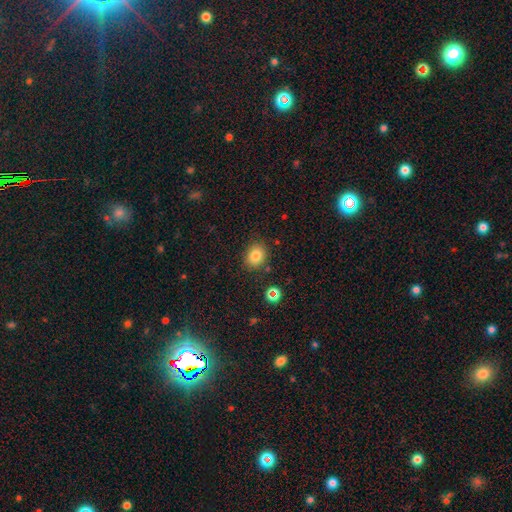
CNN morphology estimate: smooth-or-featured: smooth: 82% | star or artifact: 12% | featured or disk: 7%
  how-rounded: round: 58% | in between: 41% | cigar-shaped: 1%
  merging: none: 83% | minor disturbance: 10% | merger: 3% | major disturbance: 3%